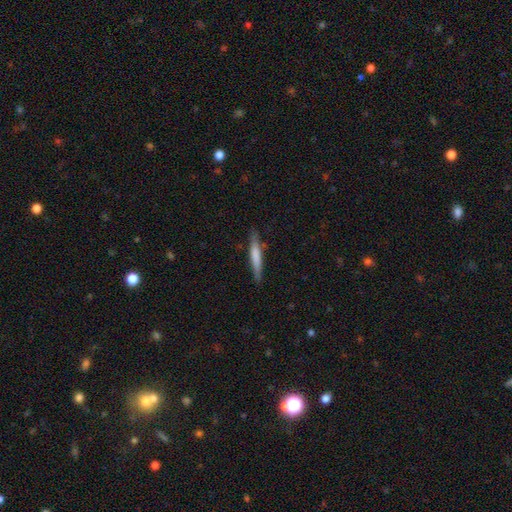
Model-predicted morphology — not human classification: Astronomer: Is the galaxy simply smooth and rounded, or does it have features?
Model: smooth — 62%.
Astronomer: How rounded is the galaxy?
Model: cigar-shaped — 94%.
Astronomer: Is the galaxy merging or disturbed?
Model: none — 84%.